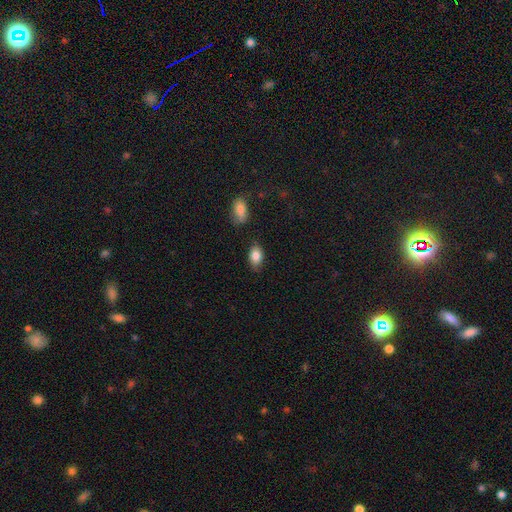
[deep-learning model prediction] Overall: smooth (85%). How rounded: in between (86%). Merging: none (78%).